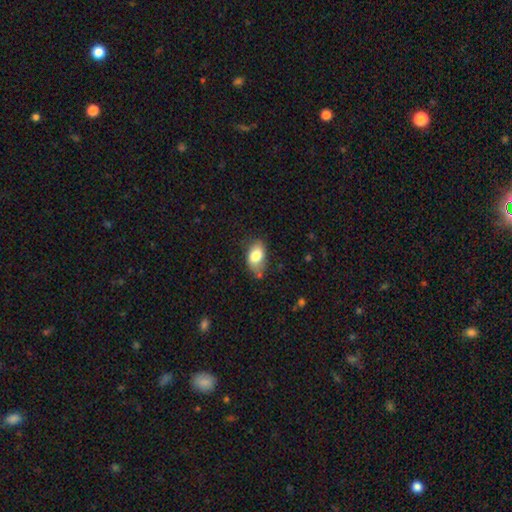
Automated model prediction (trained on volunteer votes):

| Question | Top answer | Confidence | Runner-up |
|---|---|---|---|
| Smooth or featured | smooth | 81% | featured or disk (12%) |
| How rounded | in between | 89% | round (9%) |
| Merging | none | 62% | minor disturbance (27%) |